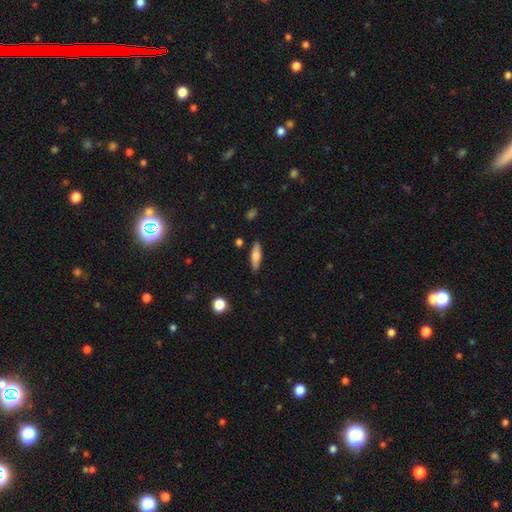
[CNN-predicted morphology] This is likely a smooth galaxy (65%). How rounded: possibly cigar-shaped (53%). Merging: clearly none (87%).